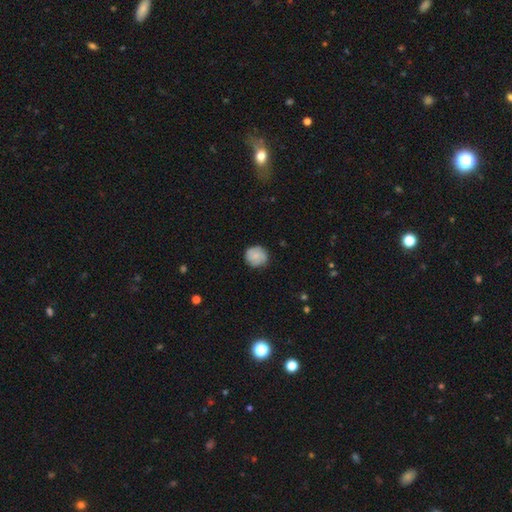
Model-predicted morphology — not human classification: smooth 73%, featured or disk 20%, star or artifact 7%. Down the decision tree: how rounded — round (89%); merging — none (82%).